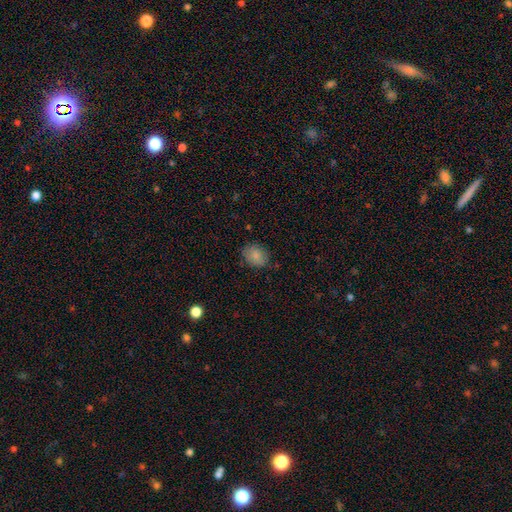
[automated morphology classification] Smooth or featured? smooth (84%)
How rounded? in between (55%)
Merging? none (81%)